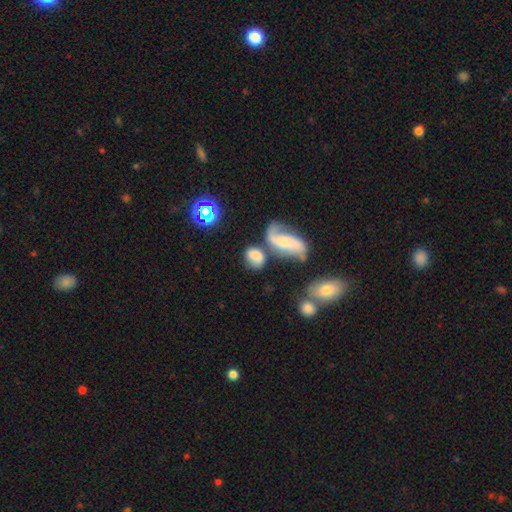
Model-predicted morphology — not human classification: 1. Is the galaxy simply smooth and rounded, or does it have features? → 62% smooth, 27% featured or disk, 12% star or artifact.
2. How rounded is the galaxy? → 69% in between, 29% round, 3% cigar-shaped.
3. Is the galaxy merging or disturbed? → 39% none, 33% merger, 16% minor disturbance, 12% major disturbance.